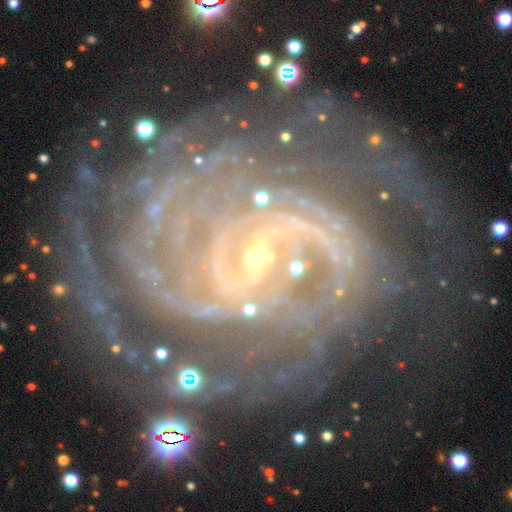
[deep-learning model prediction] The model was most divided on "spiral arm count": can't tell: 25%, 2: 20%, 4: 17%, 3: 16%, more than 4: 14%, 1: 9%. Remaining: edge-on disk — no (98%); spiral arms — yes (97%); smooth or featured — featured or disk (87%); bulge size — small (80%); spiral winding — tight (72%); merging — none (69%); bar — weak (42%).